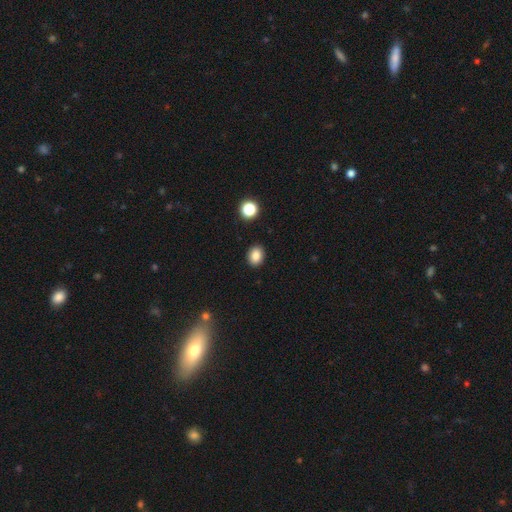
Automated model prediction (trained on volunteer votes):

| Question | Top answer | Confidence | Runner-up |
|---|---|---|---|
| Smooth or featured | smooth | 85% | star or artifact (10%) |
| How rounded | in between | 52% | round (47%) |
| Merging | none | 90% | minor disturbance (7%) |